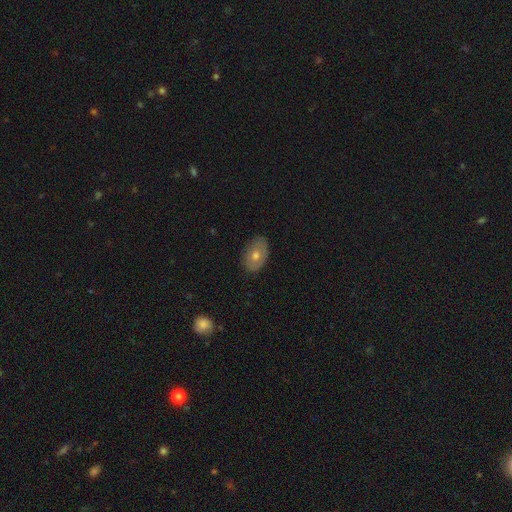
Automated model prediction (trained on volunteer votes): A smooth galaxy with no disk features (60%) that is in between round and cigar-shaped (84%).

Vote fractions:
- Smooth or featured? smooth: 60% / featured or disk: 31% / star or artifact: 9%
- How rounded? in between: 84% / round: 14% / cigar-shaped: 1%
- Merging? none: 81% / minor disturbance: 15% / major disturbance: 3% / merger: 1%